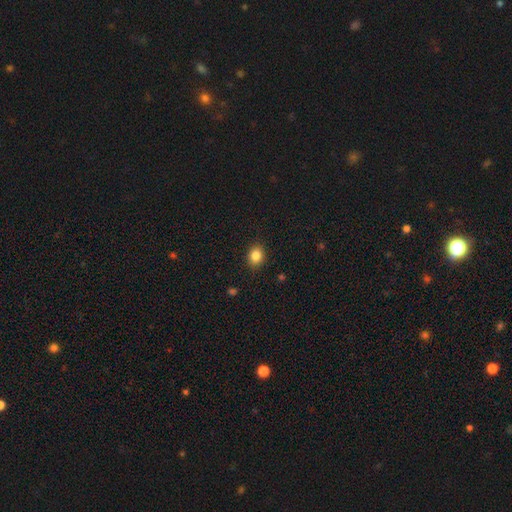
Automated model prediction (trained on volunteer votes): Overall: smooth (84%). How rounded: round (50%; in between 49%). Merging: none (89%).